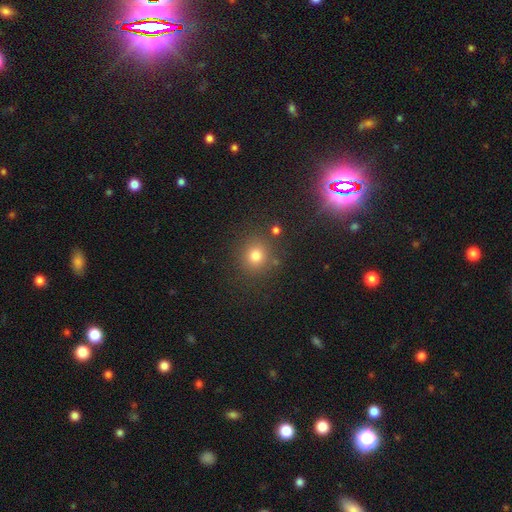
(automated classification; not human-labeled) A smooth galaxy with no disk features (78%) that is round (88%).

Vote fractions:
- Smooth or featured? smooth: 78% / star or artifact: 16% / featured or disk: 6%
- How rounded? round: 88% / in between: 11% / cigar-shaped: 1%
- Merging? none: 83% / minor disturbance: 9% / merger: 5% / major disturbance: 4%